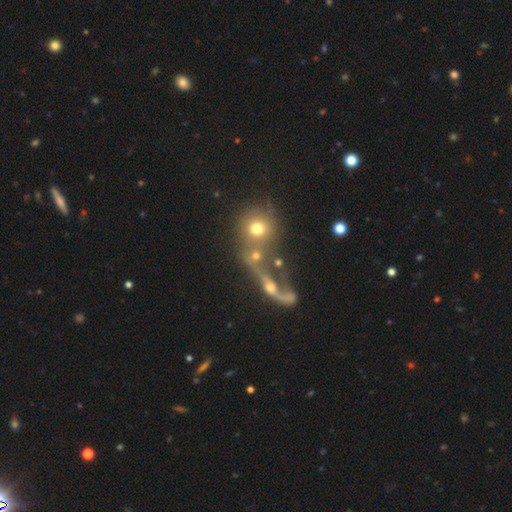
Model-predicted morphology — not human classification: Q: Smooth or featured?
A: smooth (48%); runner-up: featured or disk (35%)
Q: Merging?
A: merger (53%); runner-up: none (27%)